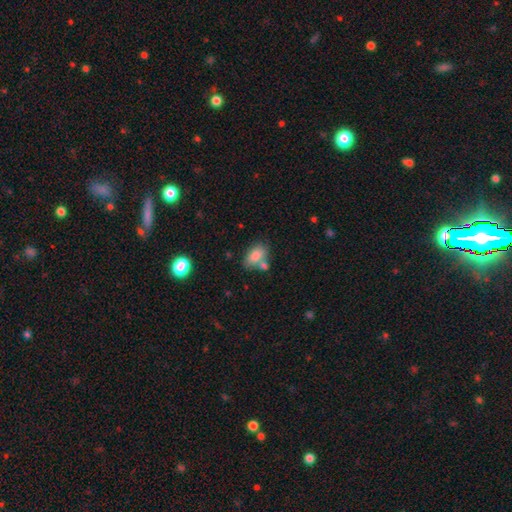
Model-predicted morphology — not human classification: This appears to be a smooth galaxy with no disk features (84%) that is in between round and cigar-shaped (90%). Merging: none (57%).